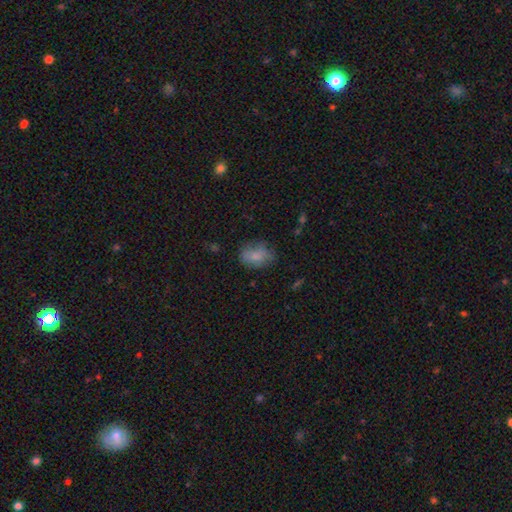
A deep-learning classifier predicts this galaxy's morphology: The model was most divided on "merging": none: 62%, minor disturbance: 26%, major disturbance: 9%, merger: 2%. More confident: smooth or featured — smooth (77%); how rounded — in between (76%).